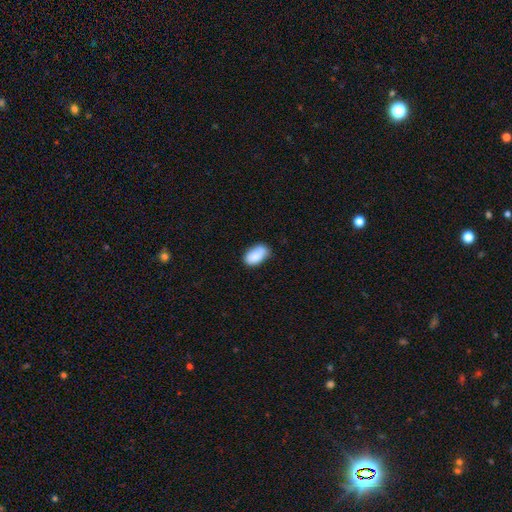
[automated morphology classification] This appears to be a smooth galaxy with no disk features (86%) that is in between round and cigar-shaped (93%). Merging: none (66%).